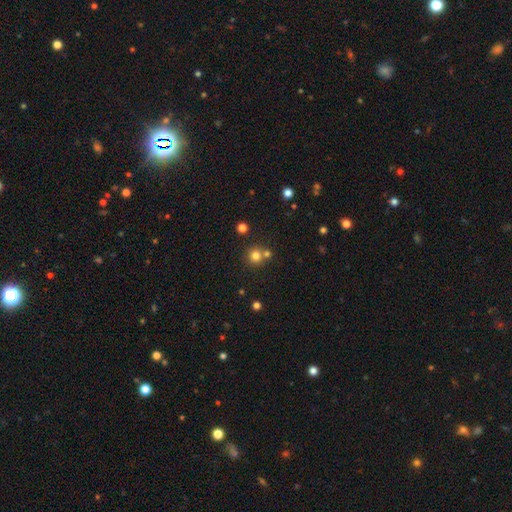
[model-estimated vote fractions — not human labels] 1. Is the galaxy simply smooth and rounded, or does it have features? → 78% smooth, 15% star or artifact, 7% featured or disk.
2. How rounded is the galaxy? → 93% round, 7% in between, 1% cigar-shaped.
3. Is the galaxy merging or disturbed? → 68% none, 23% merger, 7% minor disturbance, 3% major disturbance.